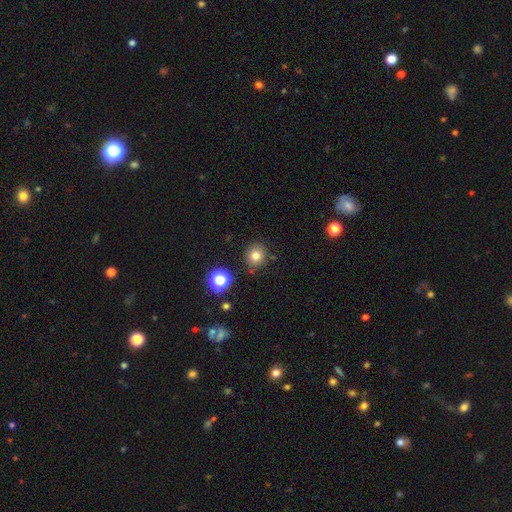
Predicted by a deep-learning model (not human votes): Smooth or featured? Predicted: smooth (p=0.77). How rounded? Predicted: round (p=0.86). Merging? Predicted: none (p=0.85).